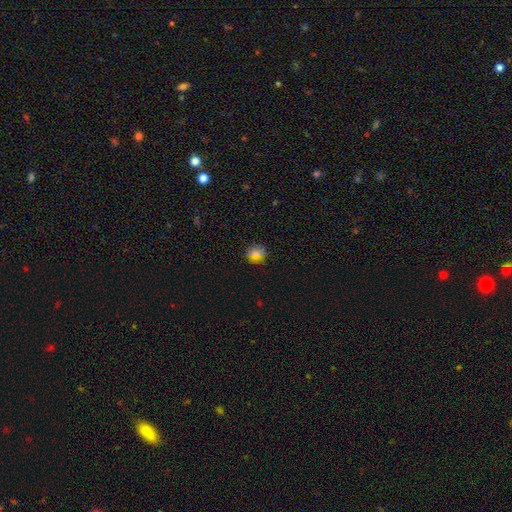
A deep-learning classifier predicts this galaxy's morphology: The model was most divided on "smooth or featured": smooth: 71%, star or artifact: 15%, featured or disk: 14%. More confident: merging — none (85%); how rounded — round (78%).